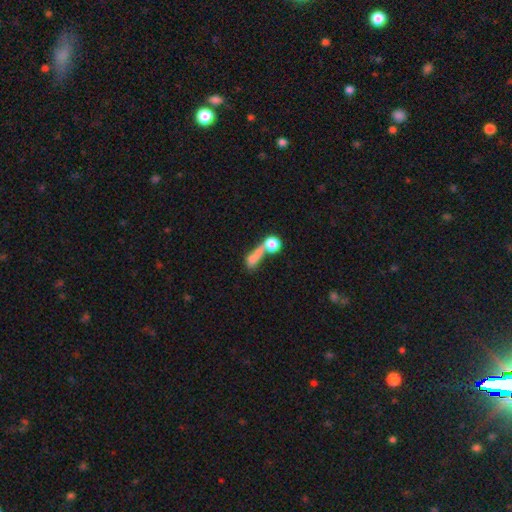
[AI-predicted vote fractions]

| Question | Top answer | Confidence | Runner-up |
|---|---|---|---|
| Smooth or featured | smooth | 67% | featured or disk (20%) |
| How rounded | round | 39% | tied: in between (39%) |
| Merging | merger | 53% | none (23%) |